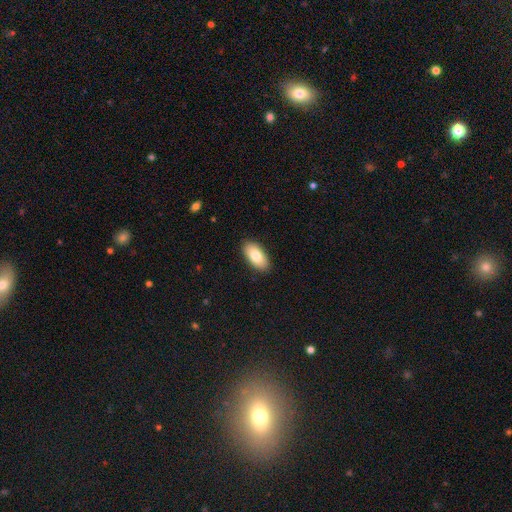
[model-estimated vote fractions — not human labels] Smooth or featured? smooth (82%)
How rounded? in between (94%)
Merging? none (89%)